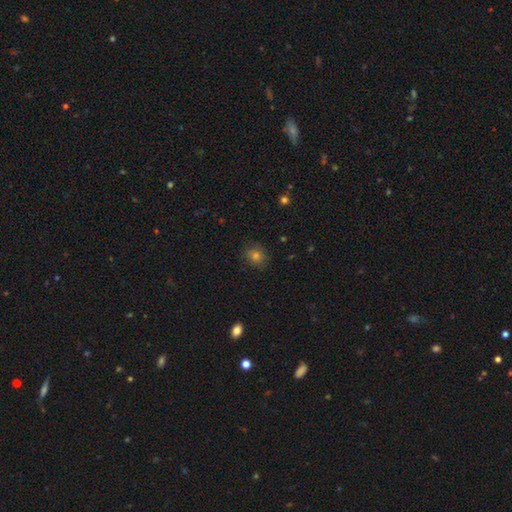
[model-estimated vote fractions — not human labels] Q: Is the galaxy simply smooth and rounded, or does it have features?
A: smooth — 69%.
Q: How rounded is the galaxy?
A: round — 69%.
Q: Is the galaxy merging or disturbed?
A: none — 83%.